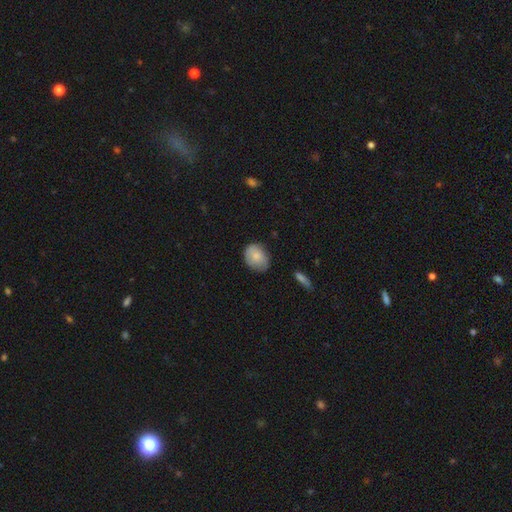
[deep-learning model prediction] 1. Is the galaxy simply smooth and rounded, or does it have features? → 81% smooth, 13% featured or disk, 7% star or artifact.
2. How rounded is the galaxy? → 55% in between, 44% round, 1% cigar-shaped.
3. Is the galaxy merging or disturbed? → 71% none, 23% minor disturbance, 4% major disturbance, 1% merger.